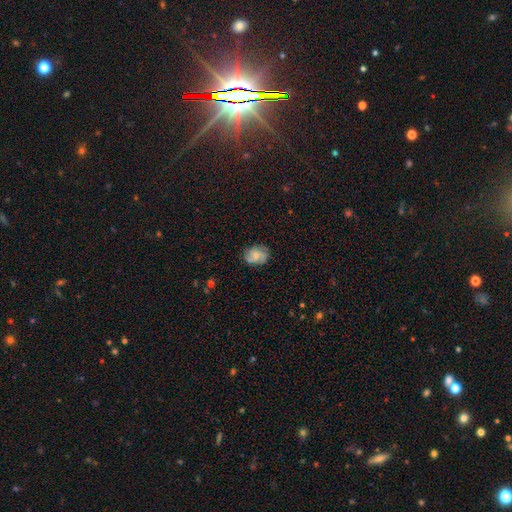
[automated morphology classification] Overall: featured or disk (47%; smooth 44%). Merging: none (74%).